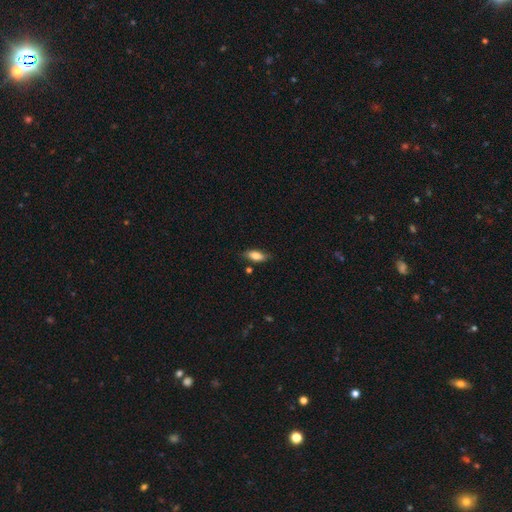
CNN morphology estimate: Smooth or featured? smooth (78%)
How rounded? in between (81%)
Merging? none (77%)